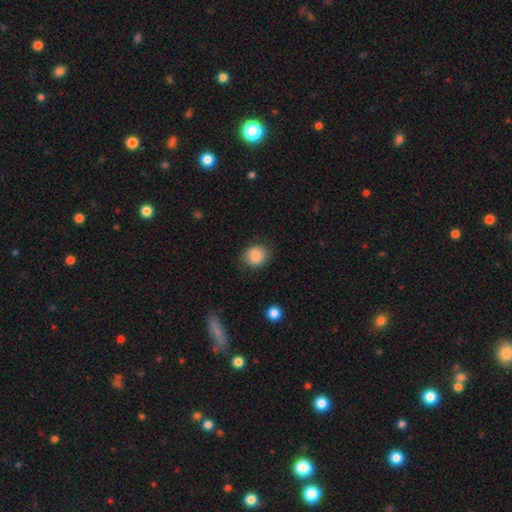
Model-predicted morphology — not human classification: The model was most divided on "how rounded": round: 69%, in between: 30%, cigar-shaped: 1%. More confident: smooth or featured — smooth (86%); merging — none (82%).